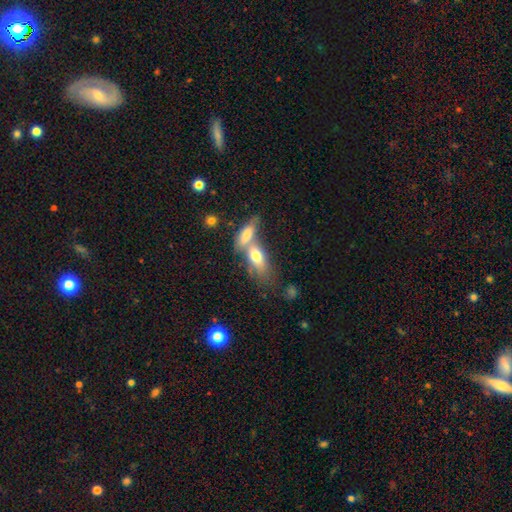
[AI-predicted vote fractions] A smooth galaxy with no disk features (70%) that is in between round and cigar-shaped (80%).

Vote fractions:
- Smooth or featured? smooth: 70% / featured or disk: 23% / star or artifact: 7%
- How rounded? in between: 80% / cigar-shaped: 16% / round: 5%
- Merging? merger: 61% / none: 25% / minor disturbance: 9% / major disturbance: 5%